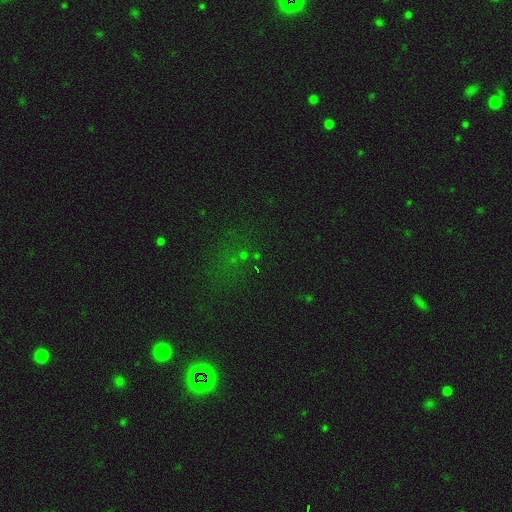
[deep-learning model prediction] Smooth or featured? Predicted: star or artifact (p=0.60).